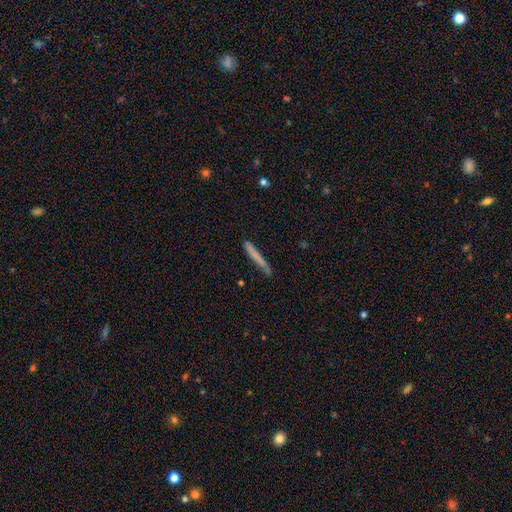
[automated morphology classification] smooth_or_featured: smooth (p=0.68) [alt: featured or disk p=0.26]
how_rounded: cigar-shaped (p=0.96) [alt: in between p=0.02]
merging: none (p=0.81) [alt: minor disturbance p=0.15]